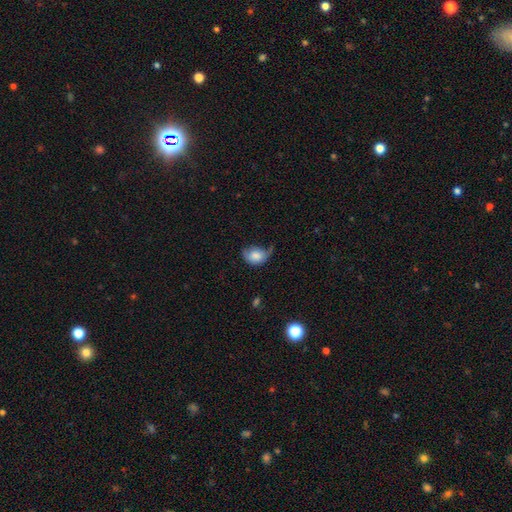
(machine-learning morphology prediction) type=smooth (76%); roundness=in between (65%); merging=minor disturbance (42%).